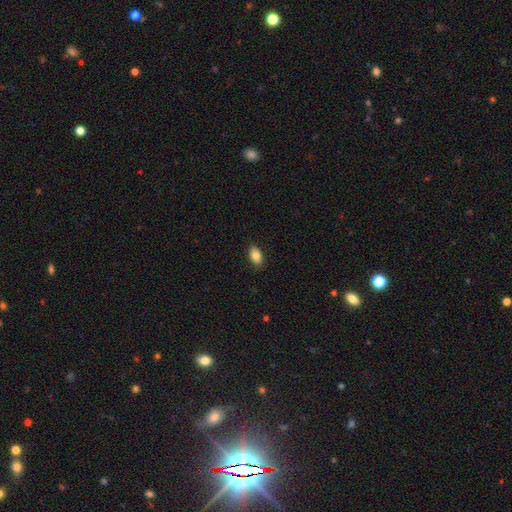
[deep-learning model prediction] A smooth galaxy with no disk features (83%) that is in between round and cigar-shaped (91%). Merging: none (88%).